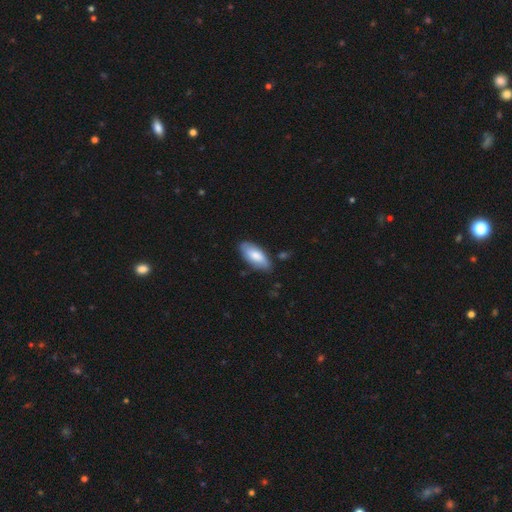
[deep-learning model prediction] smooth 77%, featured or disk 18%, star or artifact 5%. Down the decision tree: how rounded — in between (86%); merging — none (79%).